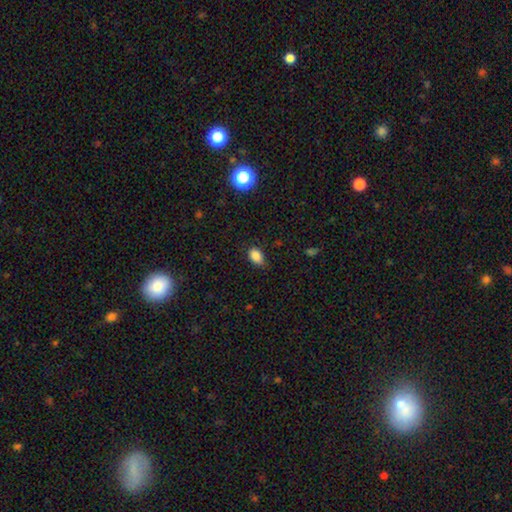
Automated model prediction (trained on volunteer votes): Smooth or featured?
  - smooth: 86% *
  - star or artifact: 10%
  - featured or disk: 4%
How rounded?
  - in between: 85% *
  - round: 14%
  - cigar-shaped: 2%
Merging?
  - none: 74% *
  - minor disturbance: 21%
  - major disturbance: 4%
  - merger: 1%